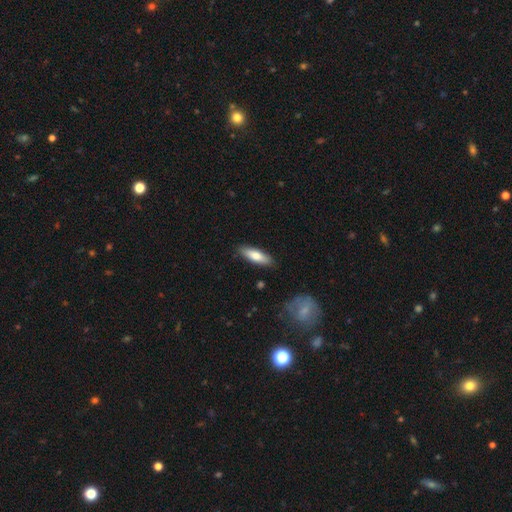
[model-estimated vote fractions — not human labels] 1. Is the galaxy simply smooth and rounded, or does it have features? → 73% smooth, 21% featured or disk, 6% star or artifact.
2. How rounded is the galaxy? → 51% cigar-shaped, 47% in between, 2% round.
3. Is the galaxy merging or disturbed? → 88% none, 9% minor disturbance, 2% major disturbance, 2% merger.